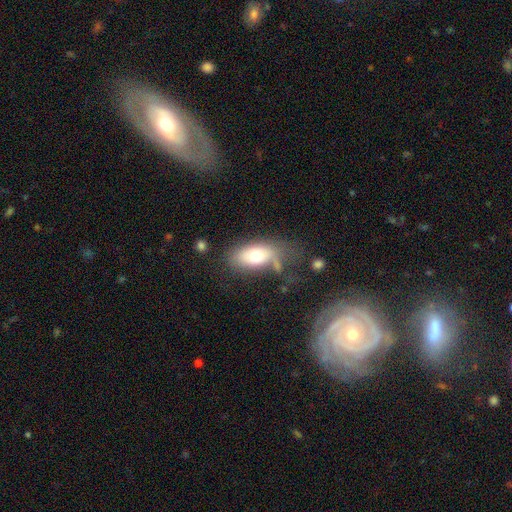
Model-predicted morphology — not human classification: smooth-or-featured: smooth: 67% | featured or disk: 25% | star or artifact: 8%
  how-rounded: in between: 90% | round: 6% | cigar-shaped: 4%
  merging: none: 48% | minor disturbance: 25% | major disturbance: 19% | merger: 9%